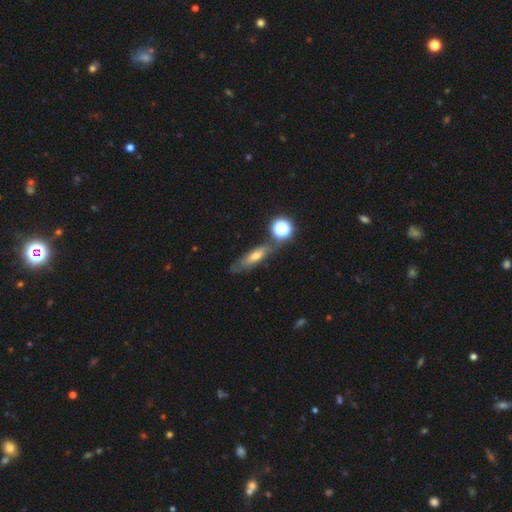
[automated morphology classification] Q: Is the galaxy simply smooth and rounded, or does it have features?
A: smooth — 50%.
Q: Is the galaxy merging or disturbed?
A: none — 60%.